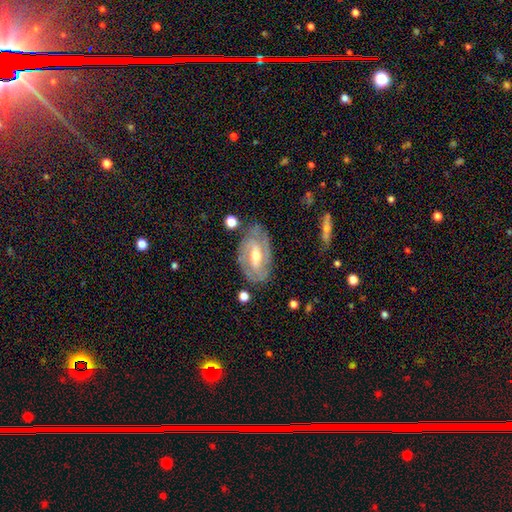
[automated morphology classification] Smooth or featured? Predicted: featured or disk (p=0.82). Edge-on disk? Predicted: no (p=0.94). Bar? Predicted: weak (p=0.46). Spiral arms? Predicted: yes (p=0.91). Spiral winding? Predicted: tight (p=0.55). Spiral arm count? Predicted: 2 (p=0.57). Bulge size? Predicted: moderate (p=0.65). Merging? Predicted: none (p=0.75).